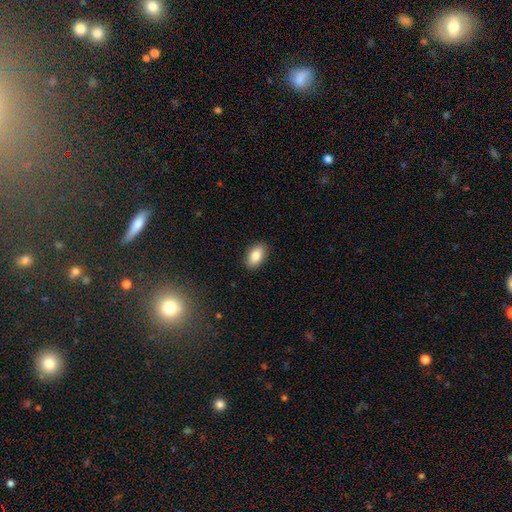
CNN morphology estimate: A smooth galaxy with no disk features (85%) that is in between round and cigar-shaped (91%). Merging: none (89%).